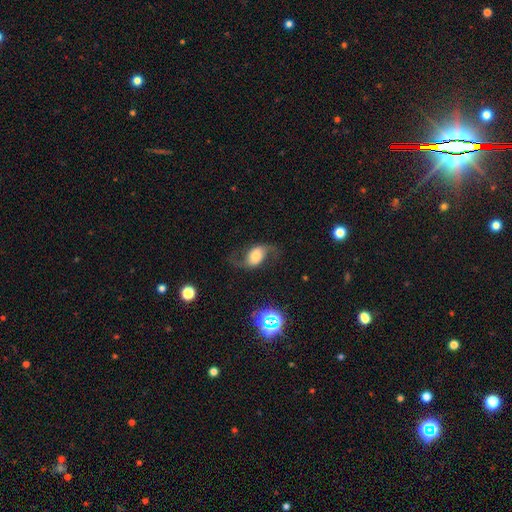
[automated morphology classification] smooth-or-featured: featured or disk: 68% | smooth: 21% | star or artifact: 11%
  disk-edge-on: no: 96% | yes: 4%
    bar: no: 51% | weak: 32% | strong: 17%
    has-spiral-arms: yes: 93% | no: 7%
      spiral-winding: loose: 79% | medium: 17% | tight: 4%
      spiral-arm-count: 2: 92% | 1: 3% | can't tell: 2% | 3: 1% | 4: 1% | more than 4: 1%
    bulge-size: moderate: 38% | large: 28% | small: 18% | dominant: 12% | none: 5%
  merging: none: 67% | minor disturbance: 17% | major disturbance: 14% | merger: 2%